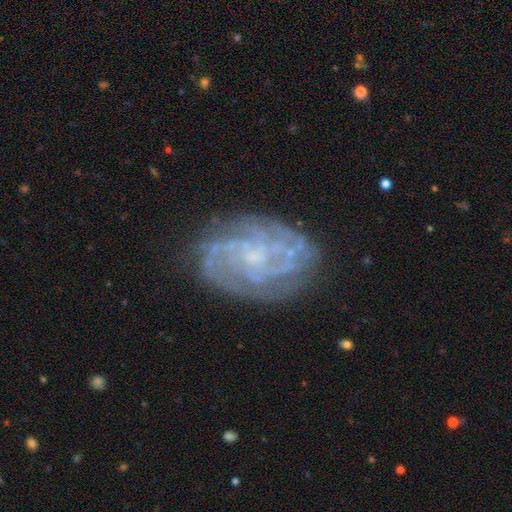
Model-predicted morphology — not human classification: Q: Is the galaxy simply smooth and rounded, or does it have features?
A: featured or disk — 85%.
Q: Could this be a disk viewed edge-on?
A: no — 97%.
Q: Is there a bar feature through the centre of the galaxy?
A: no — 60%.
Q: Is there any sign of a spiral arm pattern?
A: yes — 95%.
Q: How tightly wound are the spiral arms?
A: tight — 62%.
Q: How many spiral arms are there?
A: can't tell — 32%.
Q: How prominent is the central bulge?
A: small — 62%.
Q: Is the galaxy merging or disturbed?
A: none — 77%.